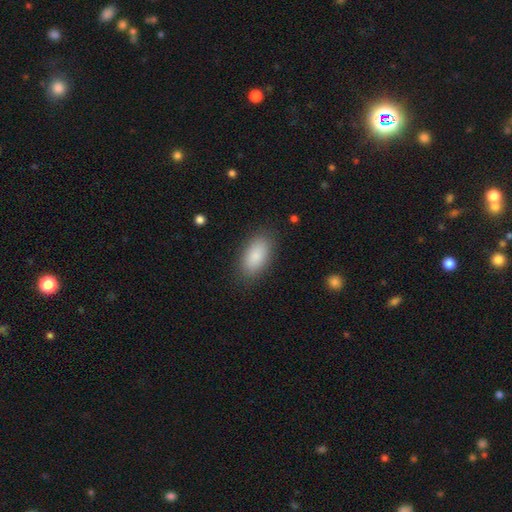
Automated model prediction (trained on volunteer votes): Smooth or featured? smooth (87%)
How rounded? in between (93%)
Merging? none (86%)